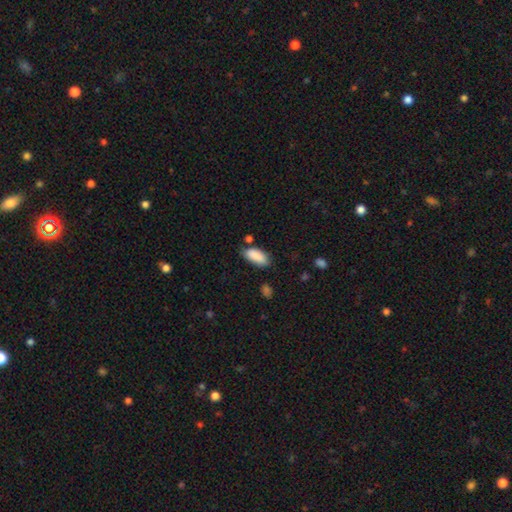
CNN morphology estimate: This is clearly a smooth galaxy (89%). How rounded: clearly in between (87%). Merging: likely none (71%).